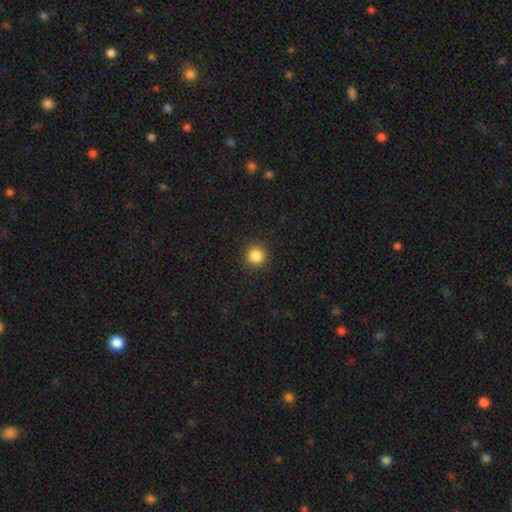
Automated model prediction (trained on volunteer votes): Morphology: type=smooth (85%); roundness=round (94%); merging=none (91%).